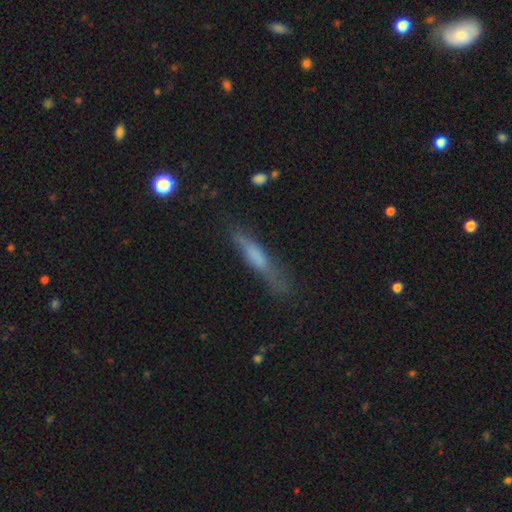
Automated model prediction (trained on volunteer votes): The model was most divided on "smooth or featured": smooth: 55%, featured or disk: 36%, star or artifact: 9%. More confident: how rounded — cigar-shaped (86%); merging — none (62%).